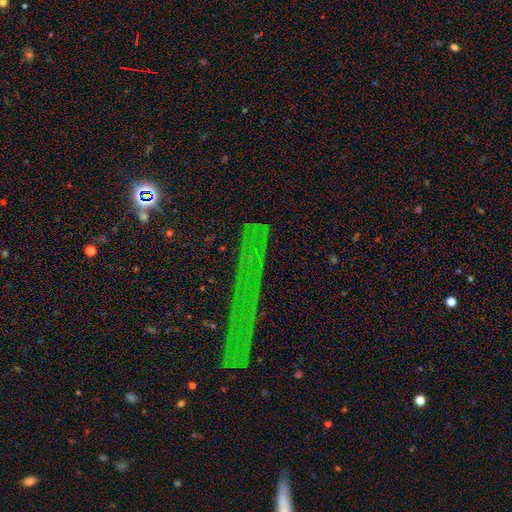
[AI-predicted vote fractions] Overall: star or artifact (75%).